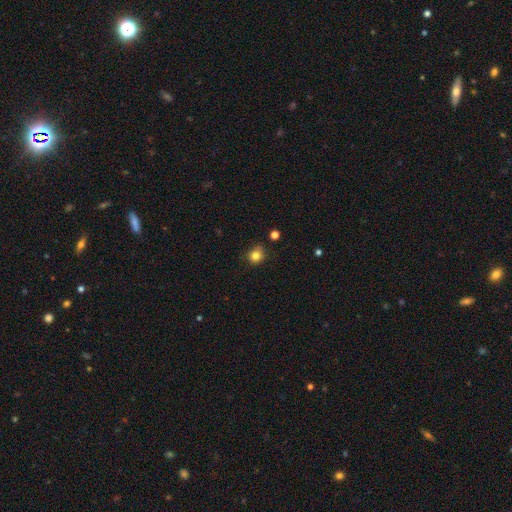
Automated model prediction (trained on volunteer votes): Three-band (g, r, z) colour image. It shows a smooth galaxy with no disk features (82%) that is round (85%). Merging: none (78%).